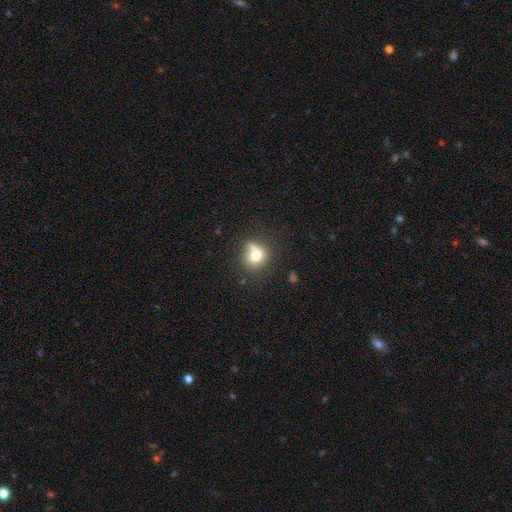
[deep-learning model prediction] The model was most divided on "merging": none: 44%, minor disturbance: 23%, major disturbance: 17%, merger: 16%. More confident: how rounded — round (74%); smooth or featured — smooth (70%).